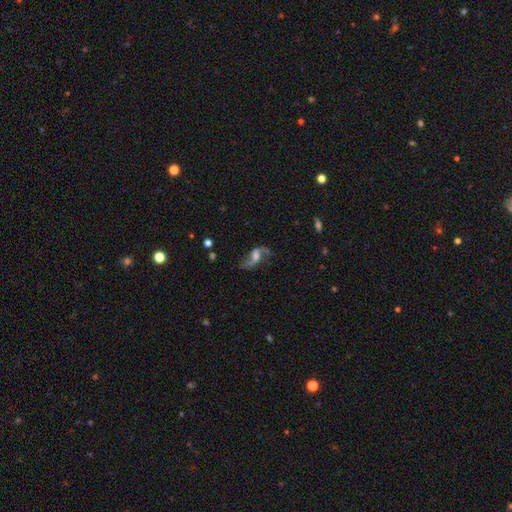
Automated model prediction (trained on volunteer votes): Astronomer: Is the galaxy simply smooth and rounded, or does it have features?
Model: featured or disk — 78%.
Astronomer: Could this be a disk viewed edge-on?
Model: no — 94%.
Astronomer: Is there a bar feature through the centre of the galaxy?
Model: weak — 50% (runner-up: no, 32%).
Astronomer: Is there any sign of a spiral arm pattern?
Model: yes — 92%.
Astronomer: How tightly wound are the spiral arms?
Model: loose — 83%.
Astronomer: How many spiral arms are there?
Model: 2 — 90%.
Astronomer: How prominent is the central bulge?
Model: moderate — 35% (runner-up: small, 24%).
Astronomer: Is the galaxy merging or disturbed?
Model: none — 62%.